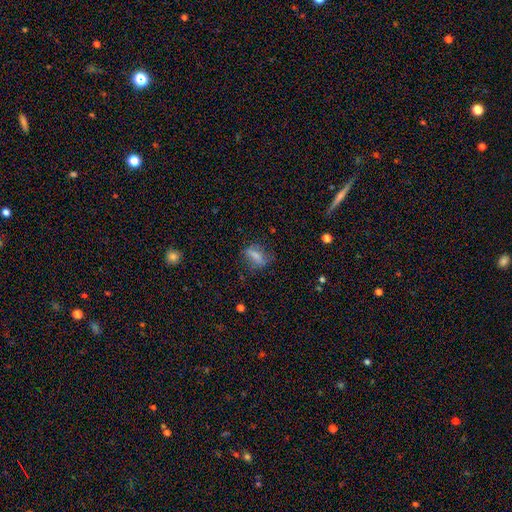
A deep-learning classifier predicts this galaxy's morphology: This appears to be a smooth galaxy with no disk features (59%) that is in between round and cigar-shaped (63%). Merging: none (64%).